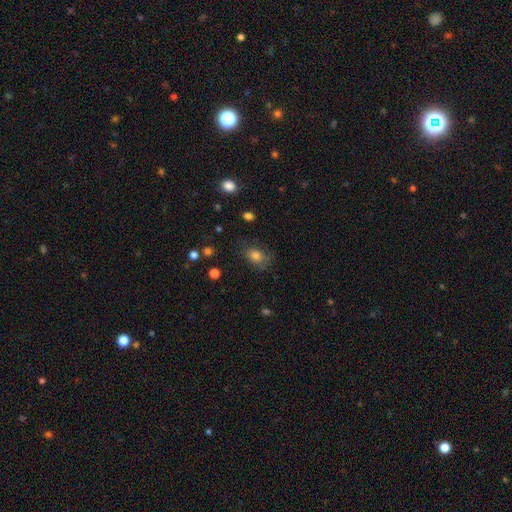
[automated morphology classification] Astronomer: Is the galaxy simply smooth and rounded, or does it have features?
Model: smooth — 77%.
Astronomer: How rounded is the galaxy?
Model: in between — 64%.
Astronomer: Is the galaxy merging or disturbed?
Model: none — 67%.